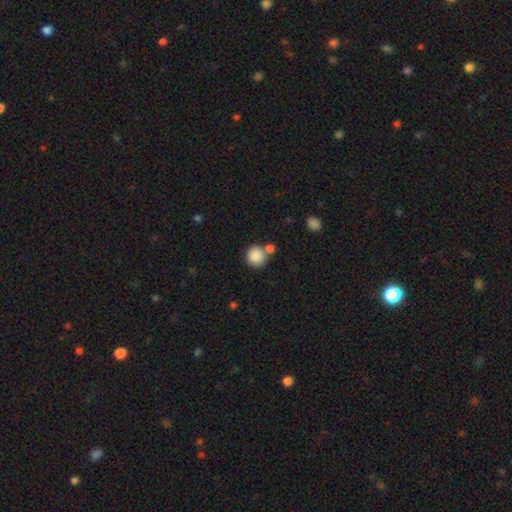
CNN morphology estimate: A smooth galaxy with no disk features (86%) that is round (92%). Merging: none (62%).